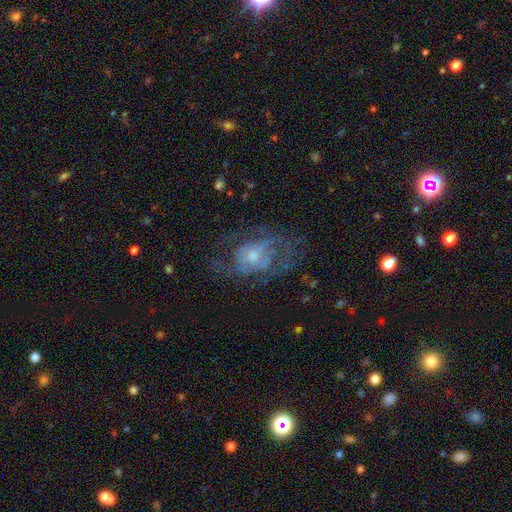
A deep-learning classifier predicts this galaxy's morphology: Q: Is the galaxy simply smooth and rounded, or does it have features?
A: featured or disk — 69%.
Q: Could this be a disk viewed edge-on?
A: no — 96%.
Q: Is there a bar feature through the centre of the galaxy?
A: no — 70%.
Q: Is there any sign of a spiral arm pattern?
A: yes — 77%.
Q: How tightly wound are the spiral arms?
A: medium — 42%.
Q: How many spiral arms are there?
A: can't tell — 45%.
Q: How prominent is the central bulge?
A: small — 51%.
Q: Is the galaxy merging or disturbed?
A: none — 62%.